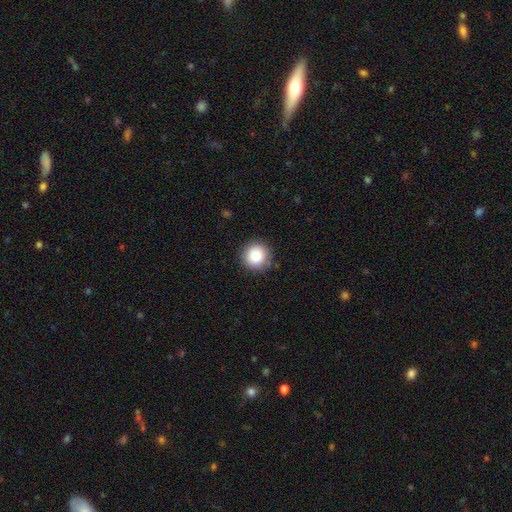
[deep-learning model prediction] Smooth or featured?
  - smooth: 85% *
  - star or artifact: 9%
  - featured or disk: 6%
How rounded?
  - round: 94% *
  - in between: 5%
  - cigar-shaped: 1%
Merging?
  - none: 89% *
  - minor disturbance: 8%
  - major disturbance: 2%
  - merger: 1%